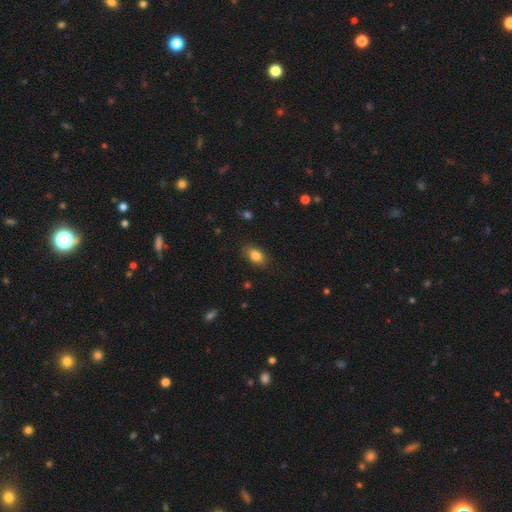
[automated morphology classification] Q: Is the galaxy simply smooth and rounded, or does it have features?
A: smooth — 83%.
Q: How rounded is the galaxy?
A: in between — 86%.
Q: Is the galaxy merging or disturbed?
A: none — 85%.